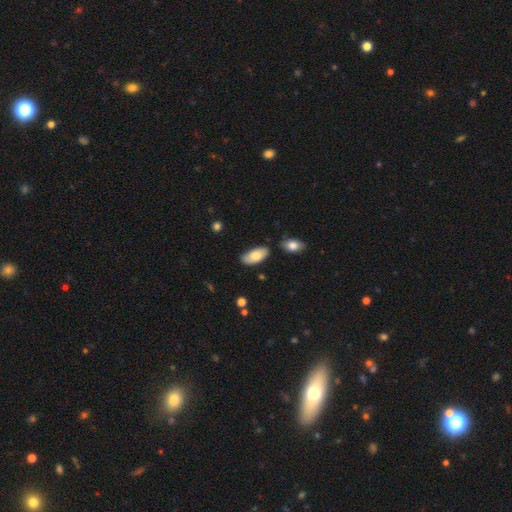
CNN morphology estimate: Smooth or featured: smooth — 76% (featured or disk — 19%)
How rounded: in between — 93% (cigar-shaped — 5%)
Merging: none — 76% (minor disturbance — 16%)